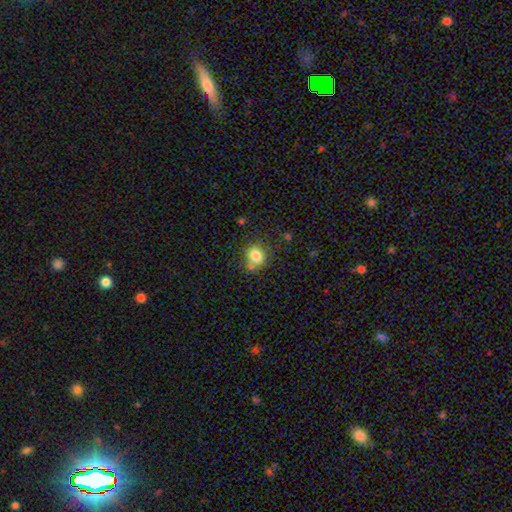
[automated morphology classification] A smooth galaxy with no disk features (80%) that is round (57%). Merging: none (57%).